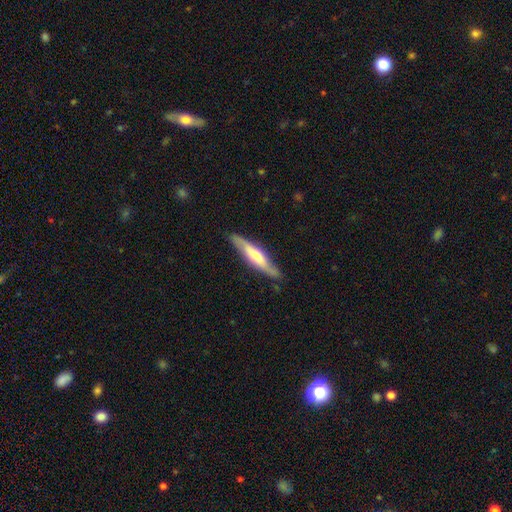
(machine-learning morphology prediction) Smooth or featured? Predicted: featured or disk (p=0.53). Edge-on disk? Predicted: yes (p=0.72). Merging? Predicted: none (p=0.82).